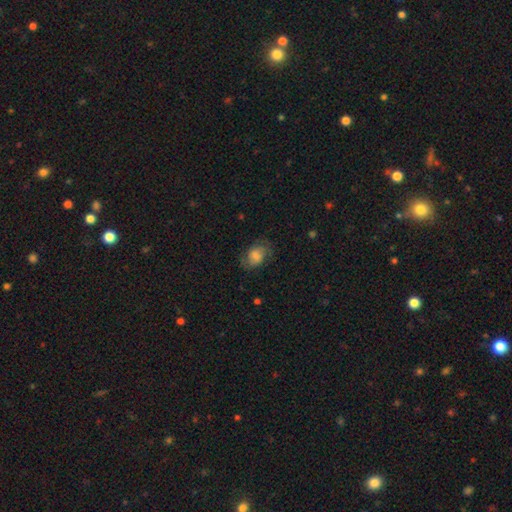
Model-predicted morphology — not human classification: This is likely a smooth galaxy (60%). How rounded: likely in between (69%). Merging: likely none (64%).